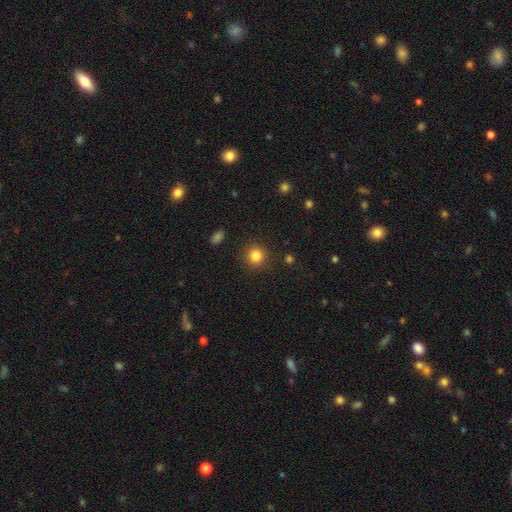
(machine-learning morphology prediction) smooth_or_featured: smooth (p=0.84) [alt: star or artifact p=0.11]
how_rounded: round (p=0.90) [alt: in between p=0.09]
merging: none (p=0.90) [alt: minor disturbance p=0.07]